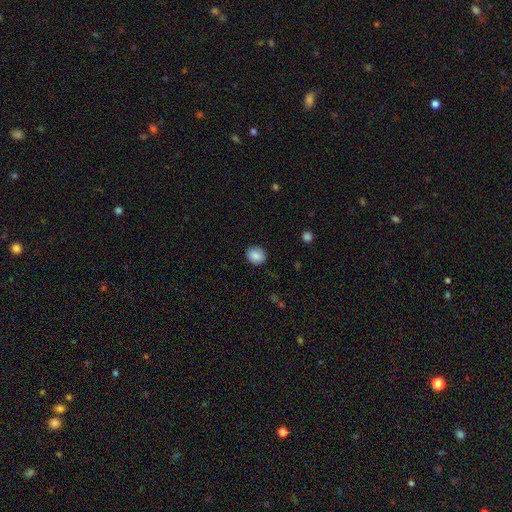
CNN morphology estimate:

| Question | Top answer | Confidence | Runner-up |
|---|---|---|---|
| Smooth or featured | smooth | 86% | star or artifact (8%) |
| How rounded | round | 70% | in between (29%) |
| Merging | none | 87% | minor disturbance (10%) |